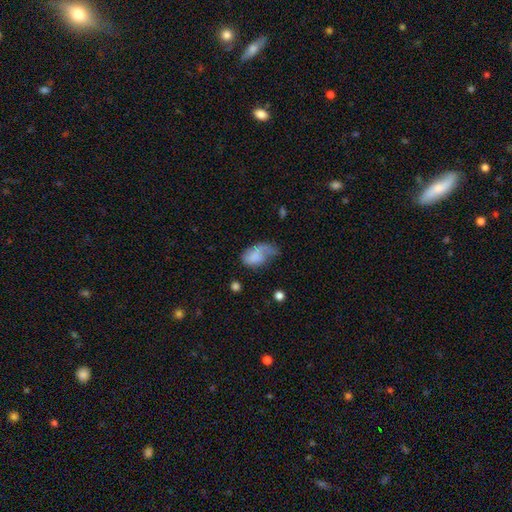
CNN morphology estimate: smooth 64%, featured or disk 28%, star or artifact 8%. Down the decision tree: how rounded — in between (89%); merging — major disturbance (40%).